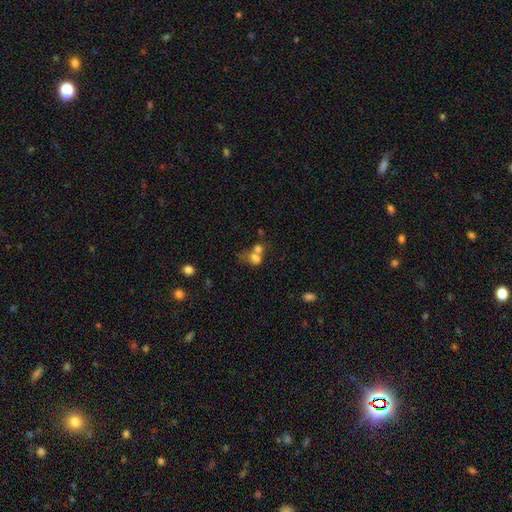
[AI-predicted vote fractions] A smooth galaxy with no disk features (69%) that is in between round and cigar-shaped (52%). Merging: merger (62%).